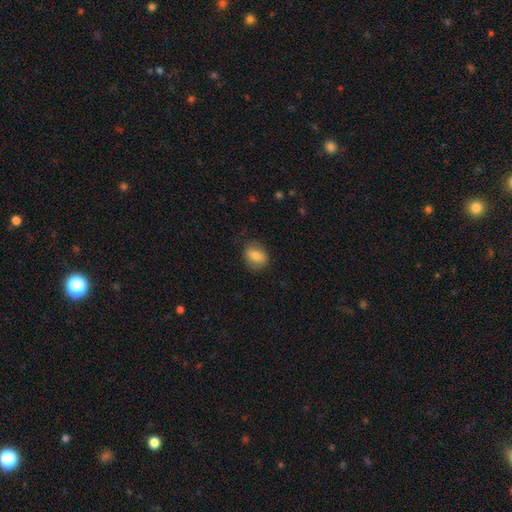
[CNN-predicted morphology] Smooth or featured? smooth (76%)
How rounded? in between (52%)
Merging? none (81%)